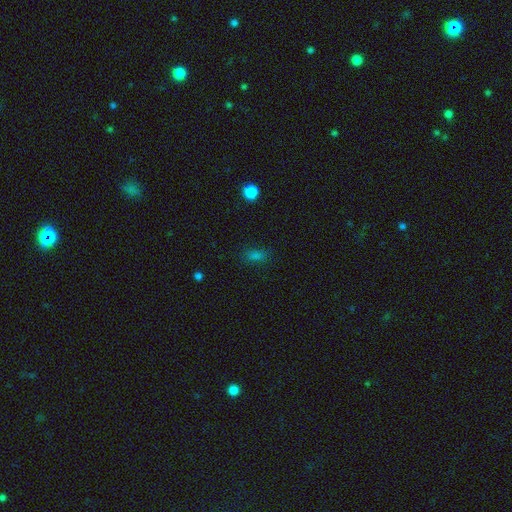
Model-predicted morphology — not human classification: A smooth galaxy with no disk features (71%) that is in between round and cigar-shaped (78%).

Vote fractions:
- Smooth or featured? smooth: 71% / star or artifact: 22% / featured or disk: 7%
- How rounded? in between: 78% / round: 13% / cigar-shaped: 9%
- Merging? none: 82% / minor disturbance: 12% / major disturbance: 4% / merger: 2%